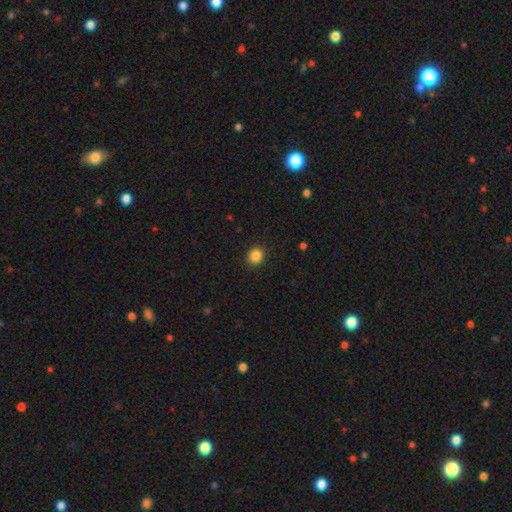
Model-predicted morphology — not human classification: smooth-or-featured: smooth: 86% | star or artifact: 10% | featured or disk: 4%
  how-rounded: round: 79% | in between: 20% | cigar-shaped: 1%
  merging: none: 91% | minor disturbance: 6% | major disturbance: 2% | merger: 1%